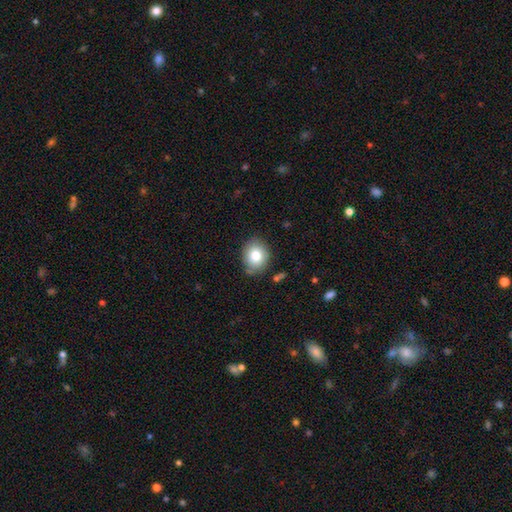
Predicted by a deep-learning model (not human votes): Morphology: type=smooth (79%); roundness=round (52%); merging=none (80%).